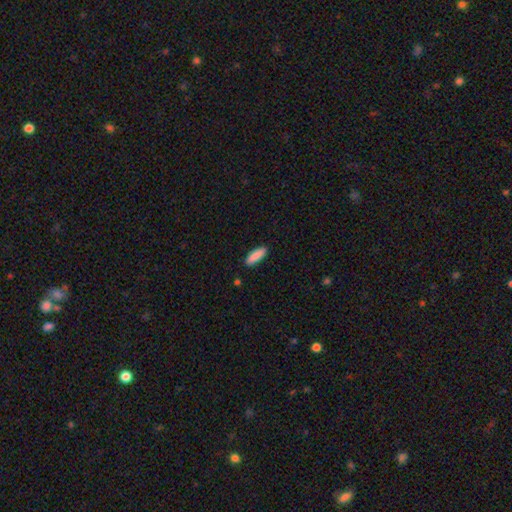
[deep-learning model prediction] This appears to be a smooth galaxy with no disk features (89%) that is cigar-shaped (51%). Merging: none (89%).